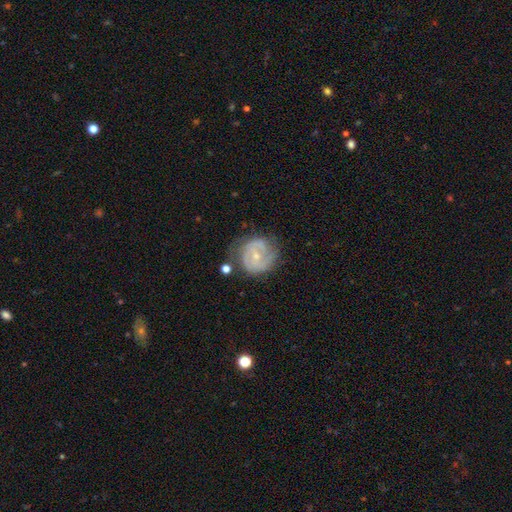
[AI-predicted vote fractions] smooth_or_featured: featured or disk (p=0.74) [alt: smooth p=0.20]
disk_edge_on: no (p=0.98) [alt: yes p=0.02]
bar: no (p=0.65) [alt: weak p=0.29]
has_spiral_arms: yes (p=0.85) [alt: no p=0.15]
spiral_winding: tight (p=0.58) [alt: medium p=0.32]
spiral_arm_count: 2 (p=0.45) [alt: can't tell p=0.31]
bulge_size: small (p=0.67) [alt: moderate p=0.29]
merging: none (p=0.60) [alt: minor disturbance p=0.25]